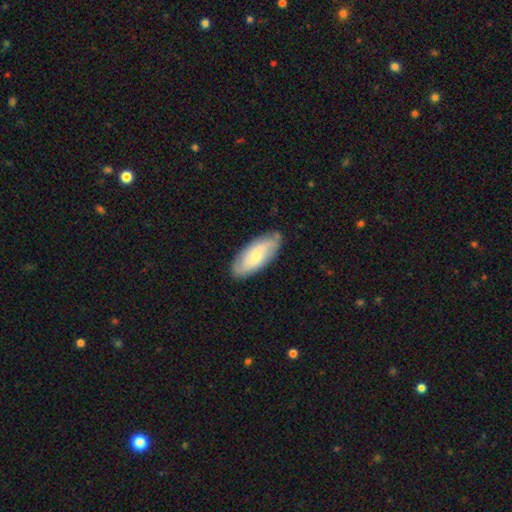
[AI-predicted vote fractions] Smooth or featured? Predicted: smooth (p=0.50). How rounded? Predicted: in between (p=0.80). Merging? Predicted: none (p=0.82).